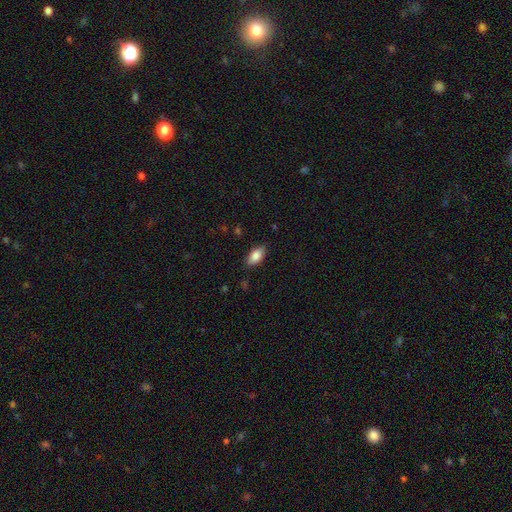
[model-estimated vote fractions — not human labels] This is clearly a smooth galaxy (86%). How rounded: clearly in between (92%). Merging: clearly none (85%).